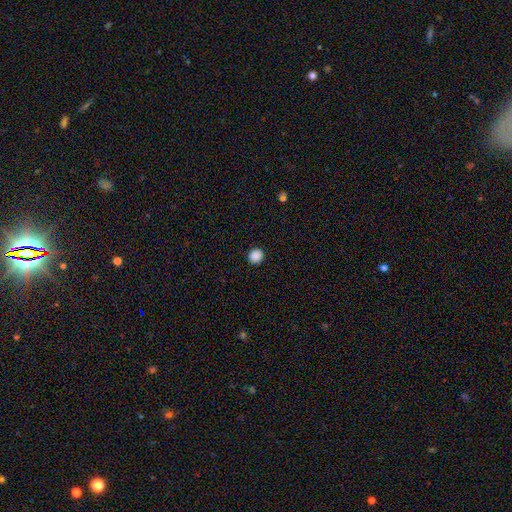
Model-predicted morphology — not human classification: Q: Smooth or featured?
A: smooth (88%); runner-up: star or artifact (10%)
Q: How rounded?
A: round (90%); runner-up: in between (9%)
Q: Merging?
A: none (93%); runner-up: minor disturbance (4%)